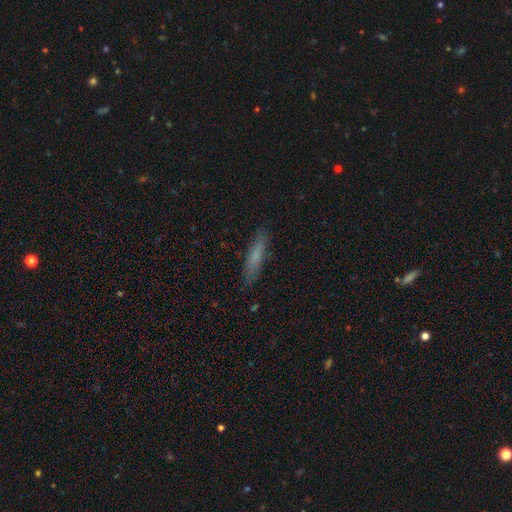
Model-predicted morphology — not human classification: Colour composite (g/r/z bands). It shows a smooth galaxy with no disk features (70%) that is cigar-shaped (87%). Merging: none (86%).